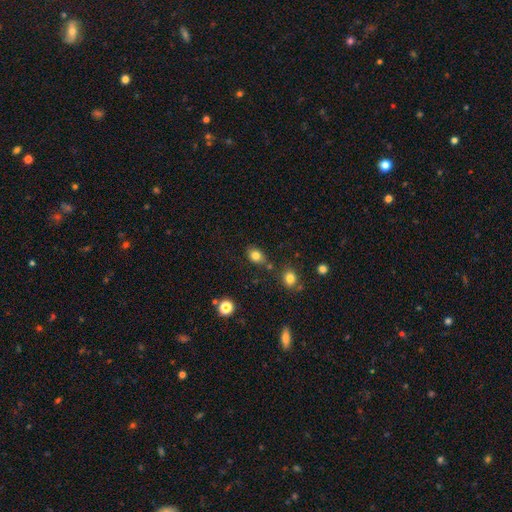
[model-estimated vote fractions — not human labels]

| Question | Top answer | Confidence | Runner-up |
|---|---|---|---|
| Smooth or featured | smooth | 82% | star or artifact (11%) |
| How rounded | in between | 66% | round (33%) |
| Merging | none | 72% | minor disturbance (16%) |